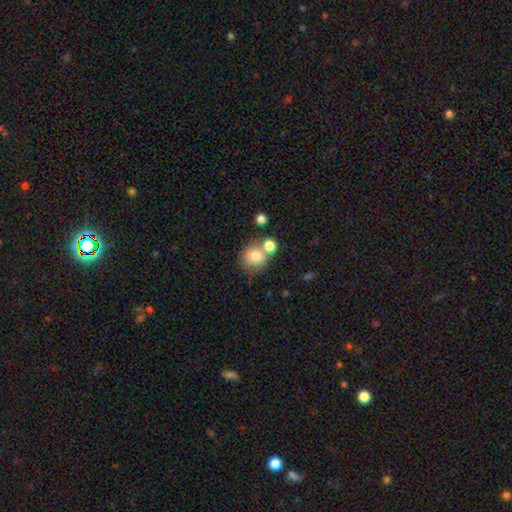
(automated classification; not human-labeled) A smooth galaxy with no disk features (77%) that is round (87%).

Vote fractions:
- Smooth or featured? smooth: 77% / featured or disk: 12% / star or artifact: 11%
- How rounded? round: 87% / in between: 13% / cigar-shaped: 1%
- Merging? none: 57% / merger: 29% / minor disturbance: 10% / major disturbance: 4%